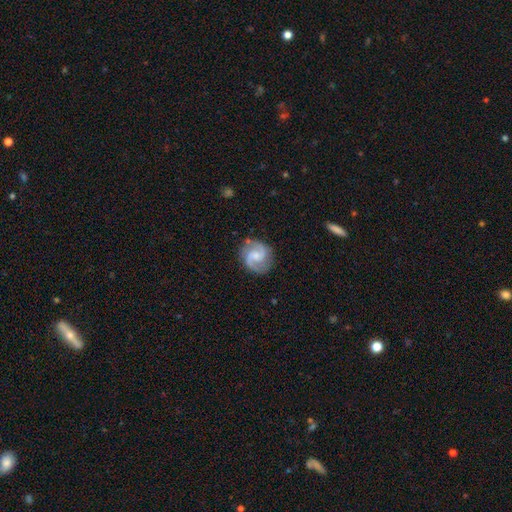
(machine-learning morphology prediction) type=featured or disk (86%); edge-on=no (98%); bar=weak (49%); spiral arms=yes (97%); winding=medium (57%); arm count=2 (93%); bulge=small (50%); merging=none (82%).